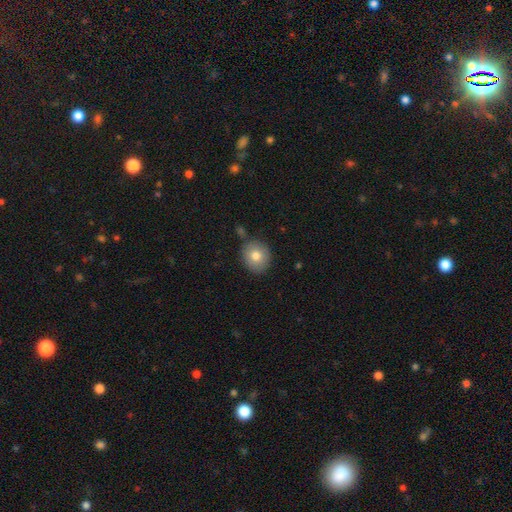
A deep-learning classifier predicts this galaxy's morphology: Smooth or featured? smooth (79%)
How rounded? round (81%)
Merging? none (80%)